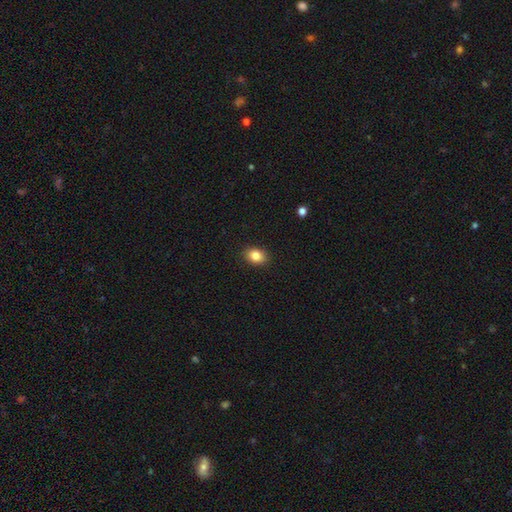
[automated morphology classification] smooth 85%, star or artifact 9%, featured or disk 6%. Down the decision tree: how rounded — in between (70%); merging — none (89%).